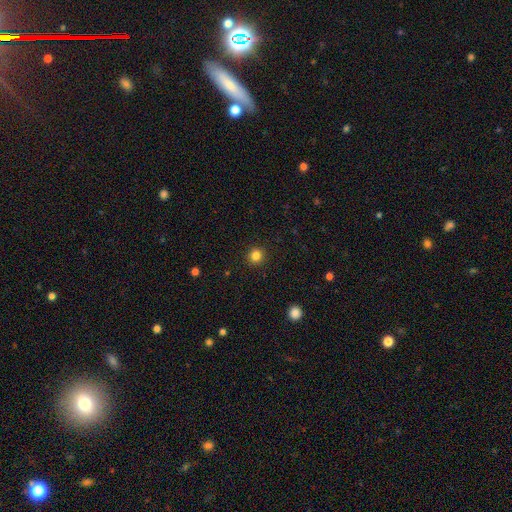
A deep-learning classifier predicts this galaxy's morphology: The model was most divided on "smooth or featured": smooth: 83%, star or artifact: 12%, featured or disk: 5%. More confident: merging — none (92%); how rounded — round (92%).